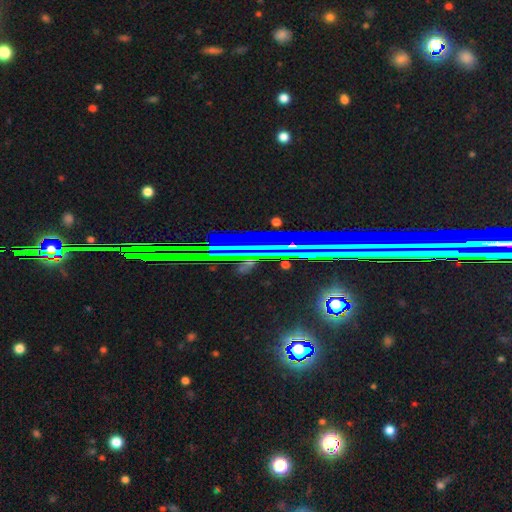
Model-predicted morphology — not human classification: smooth-or-featured: star or artifact: 75% | featured or disk: 14% | smooth: 11%